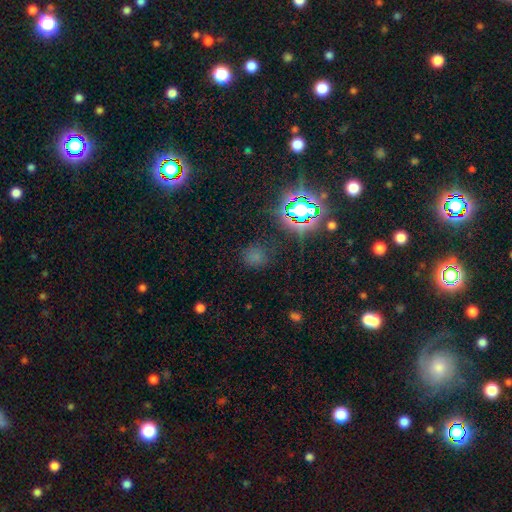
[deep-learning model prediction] smooth-or-featured: smooth: 56% | star or artifact: 37% | featured or disk: 7%
  how-rounded: round: 80% | in between: 19% | cigar-shaped: 1%
  merging: none: 79% | minor disturbance: 13% | major disturbance: 5% | merger: 2%